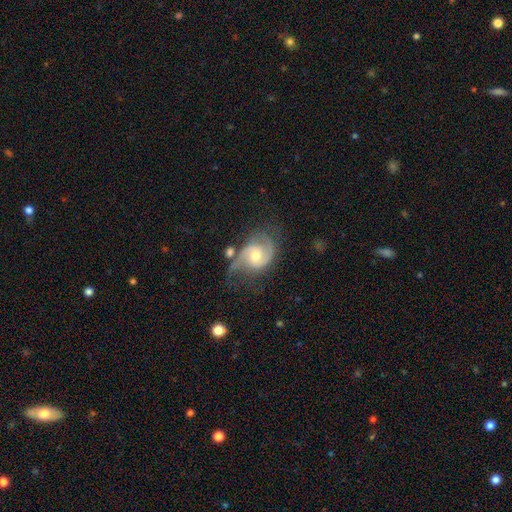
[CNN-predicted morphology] A featured or disk galaxy (86%) with no bar (57%), 2 (85%) medium (51%) spiral arms (96%) and a moderate central bulge (60%).

Vote fractions:
- Smooth or featured? featured or disk: 86% / smooth: 9% / star or artifact: 6%
- Edge-on disk? no: 98% / yes: 2%
- Bar? no: 57% / weak: 36% / strong: 7%
- Spiral arms? yes: 96% / no: 4%
- Spiral winding? medium: 51% / loose: 25% / tight: 24%
- Spiral arm count? 2: 85% / can't tell: 6% / 1: 4% / 3: 3% / 4: 1% / more than 4: 1%
- Bulge size? moderate: 60% / small: 34% / large: 3% / none: 1% / dominant: 1%
- Merging? none: 50% / minor disturbance: 26% / major disturbance: 17% / merger: 7%